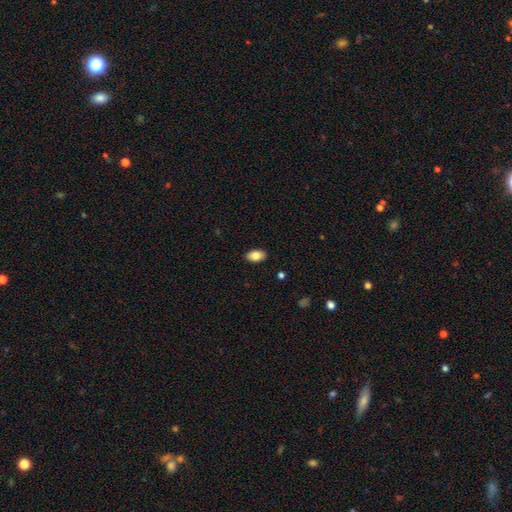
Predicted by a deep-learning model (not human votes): smooth-or-featured: smooth: 83% | featured or disk: 10% | star or artifact: 7%
  how-rounded: in between: 92% | round: 6% | cigar-shaped: 2%
  merging: none: 89% | minor disturbance: 8% | major disturbance: 2% | merger: 1%